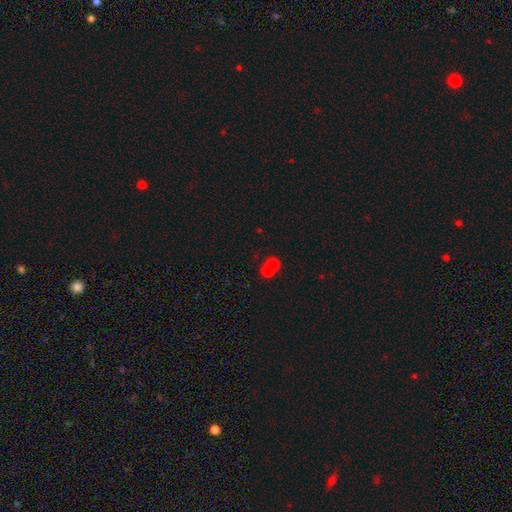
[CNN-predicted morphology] Smooth or featured: smooth — 71% (star or artifact — 16%)
How rounded: round — 80% (in between — 19%)
Merging: merger — 56% (none — 36%)